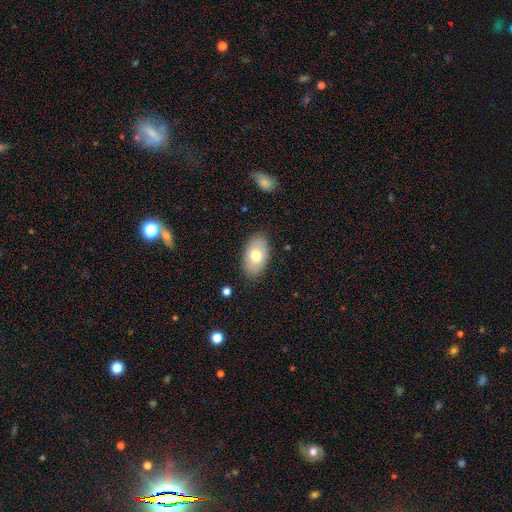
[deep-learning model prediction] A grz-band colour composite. It shows a smooth galaxy with no disk features (68%) that is in between round and cigar-shaped (92%). Merging: none (83%).